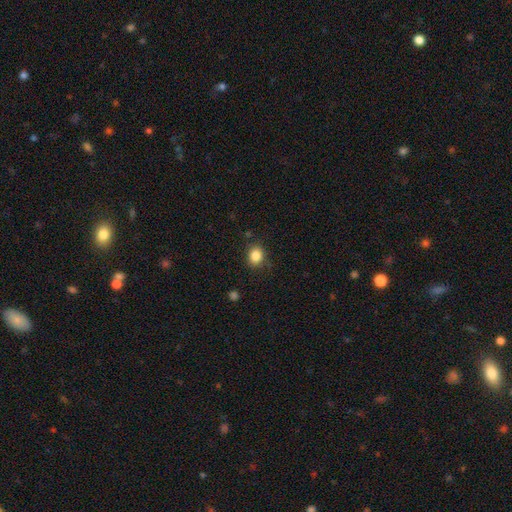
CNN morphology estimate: smooth-or-featured: smooth: 85% | star or artifact: 11% | featured or disk: 5%
  how-rounded: round: 64% | in between: 35% | cigar-shaped: 1%
  merging: none: 83% | minor disturbance: 12% | major disturbance: 3% | merger: 2%